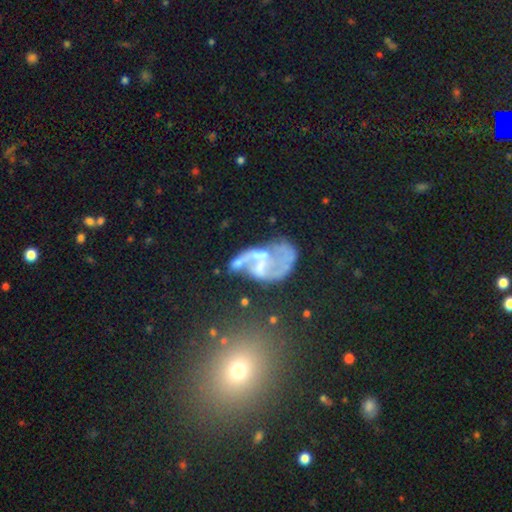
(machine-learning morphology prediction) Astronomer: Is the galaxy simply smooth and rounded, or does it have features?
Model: featured or disk — 77%.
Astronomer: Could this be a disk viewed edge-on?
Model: no — 97%.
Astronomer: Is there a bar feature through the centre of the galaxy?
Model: no — 50% (runner-up: weak, 36%).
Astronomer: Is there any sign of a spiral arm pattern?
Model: yes — 80%.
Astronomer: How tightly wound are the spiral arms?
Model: loose — 50% (runner-up: medium, 36%).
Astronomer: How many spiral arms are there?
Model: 2 — 64%.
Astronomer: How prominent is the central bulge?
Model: small — 42% (runner-up: none, 37%).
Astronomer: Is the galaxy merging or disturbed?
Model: none — 35% (runner-up: major disturbance, 31%).